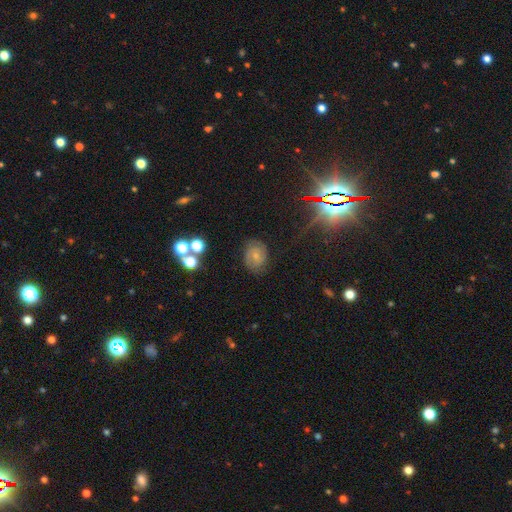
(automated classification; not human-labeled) Overall: smooth (45%; featured or disk 42%). Merging: none (76%).